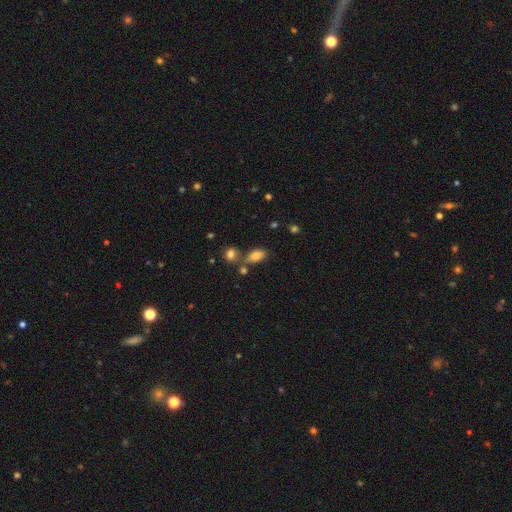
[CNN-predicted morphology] Smooth or featured? Predicted: smooth (p=0.82). How rounded? Predicted: in between (p=0.89). Merging? Predicted: none (p=0.60).